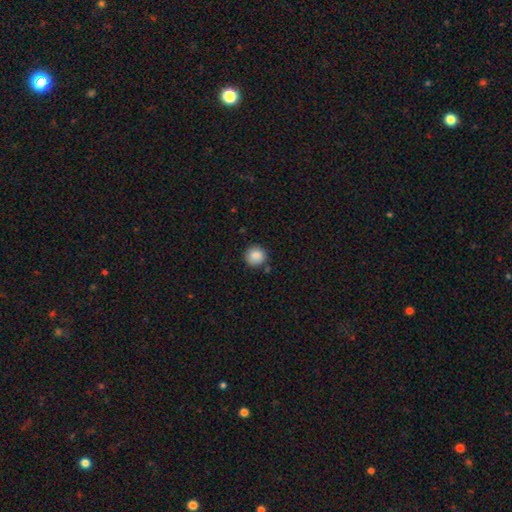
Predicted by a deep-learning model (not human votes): smooth 87%, star or artifact 9%, featured or disk 4%. Down the decision tree: how rounded — round (90%); merging — none (84%).